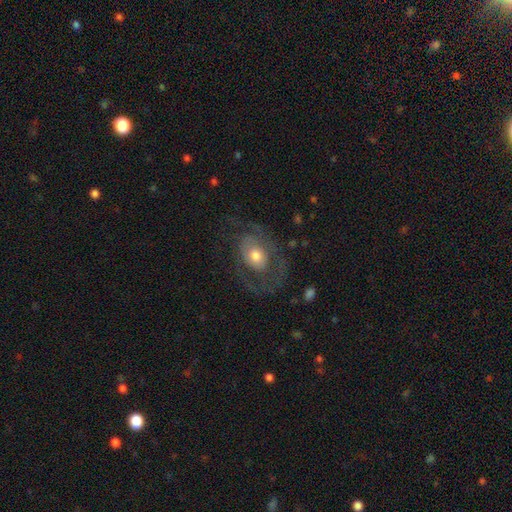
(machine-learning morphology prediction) Smooth or featured? featured or disk (63%)
Edge-on disk? no (95%)
Bar? no (79%)
Spiral arms? yes (62%)
Bulge size? moderate (67%)
Merging? none (52%)